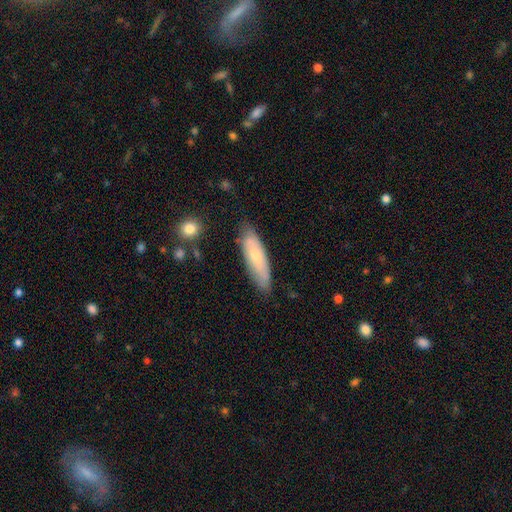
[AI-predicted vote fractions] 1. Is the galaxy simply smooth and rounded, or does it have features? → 60% smooth, 34% featured or disk, 6% star or artifact.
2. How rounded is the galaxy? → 59% cigar-shaped, 39% in between, 2% round.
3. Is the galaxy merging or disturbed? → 78% none, 18% minor disturbance, 3% major disturbance, 2% merger.